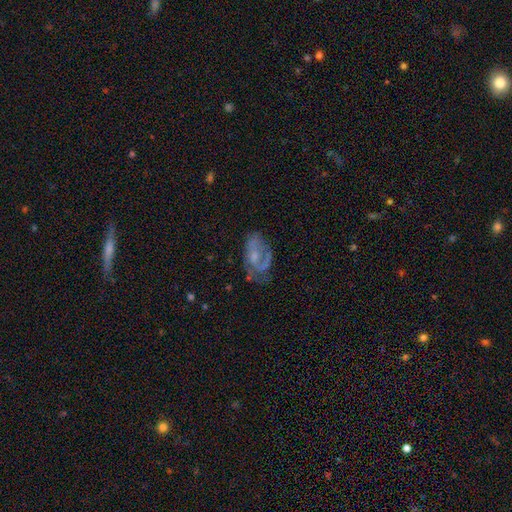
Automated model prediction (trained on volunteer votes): This appears to be a featured or disk galaxy (68%) with no bar (65%), spiral arms (73%) and a small central bulge (44%). Merging: none (46%).